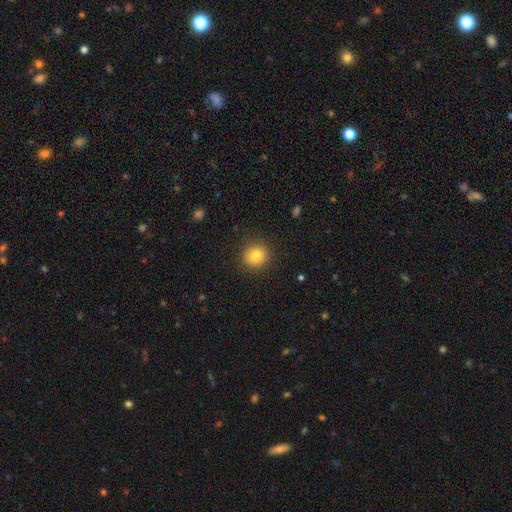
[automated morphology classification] Overall: smooth (82%). How rounded: round (90%). Merging: none (90%).